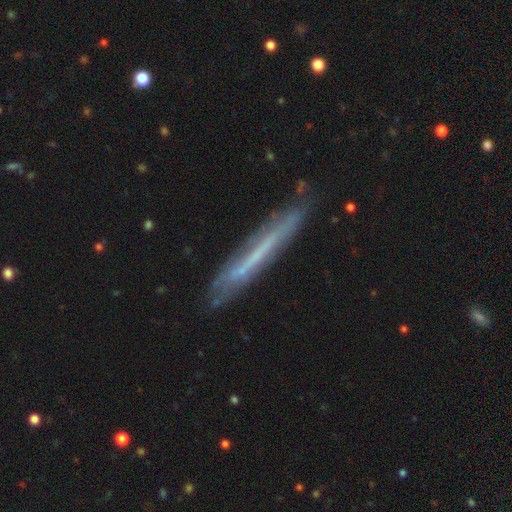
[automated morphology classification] smooth_or_featured: featured or disk (p=0.56) [alt: smooth p=0.36]
disk_edge_on: yes (p=0.84) [alt: no p=0.16]
merging: none (p=0.79) [alt: minor disturbance p=0.16]